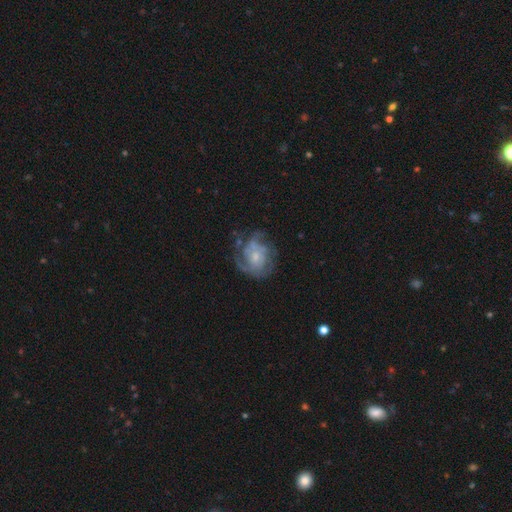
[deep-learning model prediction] The model was most divided on "spiral winding": tight: 47%, medium: 39%, loose: 15%. Remaining: edge-on disk — no (98%); spiral arms — yes (87%); smooth or featured — featured or disk (77%); bar — no (73%); merging — none (58%); bulge size — small (54%); spiral arm count — can't tell (37%).